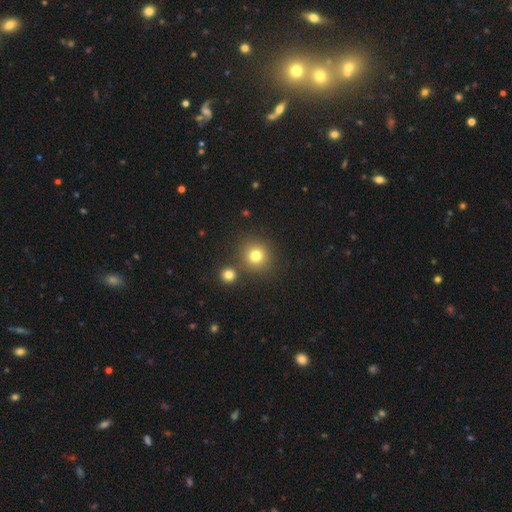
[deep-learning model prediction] smooth 78%, star or artifact 14%, featured or disk 8%. Down the decision tree: how rounded — round (91%); merging — none (80%).